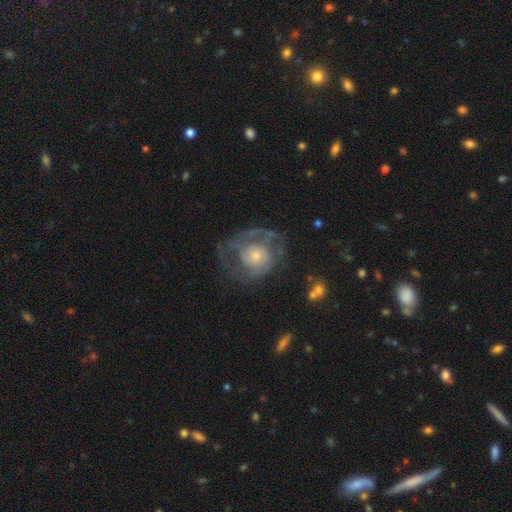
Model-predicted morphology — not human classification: This appears to be a featured or disk galaxy (72%) with no bar (80%), tight (50%) spiral arms (78%) and a small central bulge (51%). Merging: none (59%).